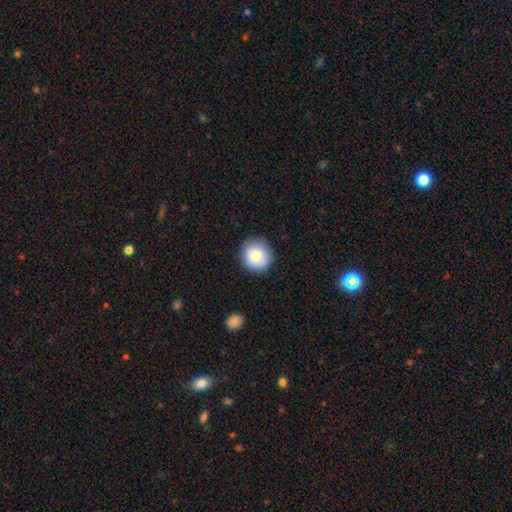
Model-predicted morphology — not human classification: A smooth galaxy with no disk features (82%) that is round (90%). Merging: none (87%).